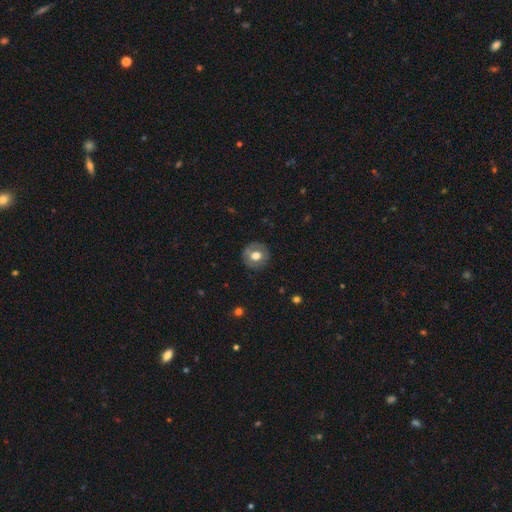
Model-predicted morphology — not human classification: A smooth galaxy with no disk features (61%) that is round (90%). Merging: none (86%).